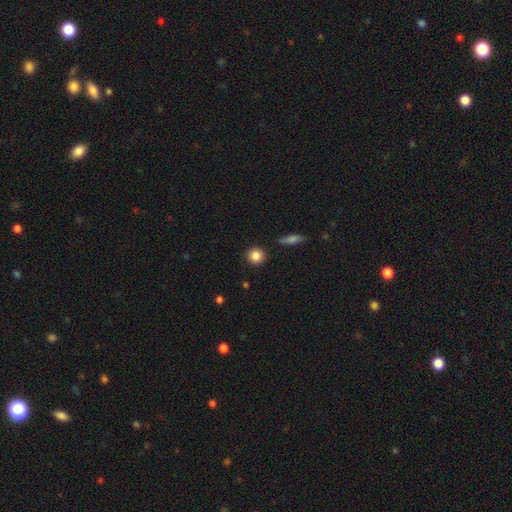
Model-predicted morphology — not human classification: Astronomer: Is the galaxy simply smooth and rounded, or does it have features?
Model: smooth — 85%.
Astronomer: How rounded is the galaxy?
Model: round — 90%.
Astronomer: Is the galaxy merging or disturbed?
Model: none — 89%.